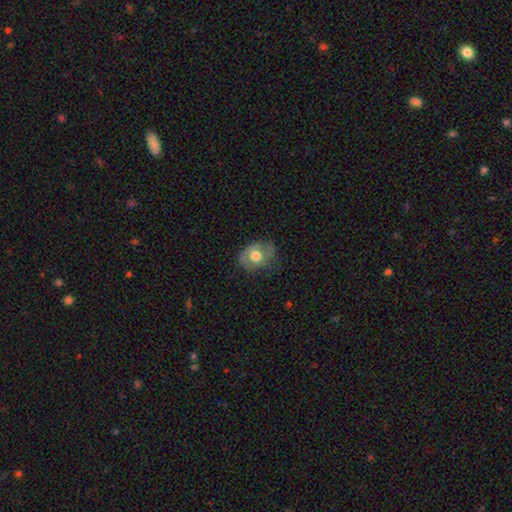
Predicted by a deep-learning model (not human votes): smooth_or_featured: smooth (p=0.59) [alt: featured or disk p=0.34]
how_rounded: in between (p=0.52) [alt: round p=0.47]
merging: none (p=0.59) [alt: minor disturbance p=0.28]